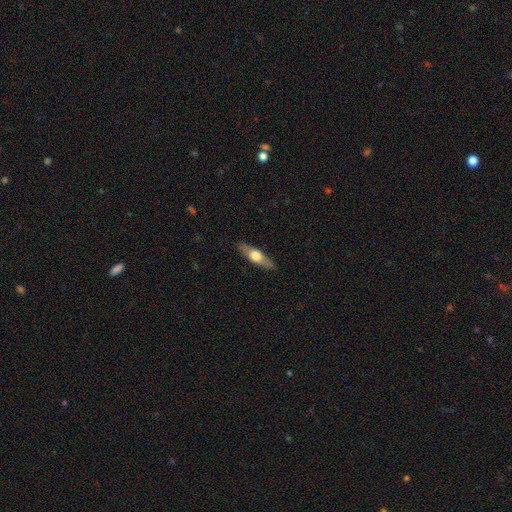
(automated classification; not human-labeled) Morphology: type=featured or disk (51%); edge-on=yes (88%); merging=none (89%).